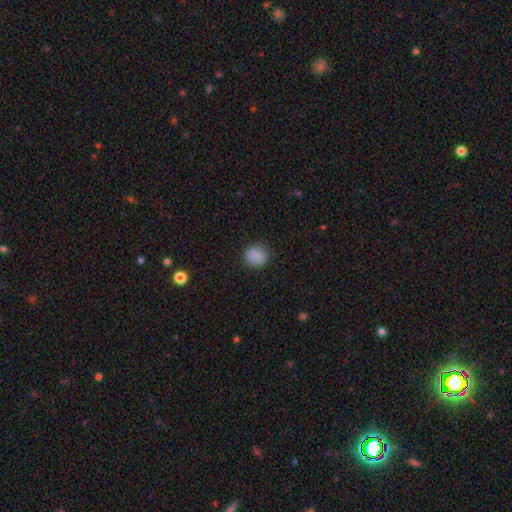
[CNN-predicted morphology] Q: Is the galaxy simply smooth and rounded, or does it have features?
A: smooth — 86%.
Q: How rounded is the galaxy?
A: round — 62%.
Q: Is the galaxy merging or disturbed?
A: none — 83%.